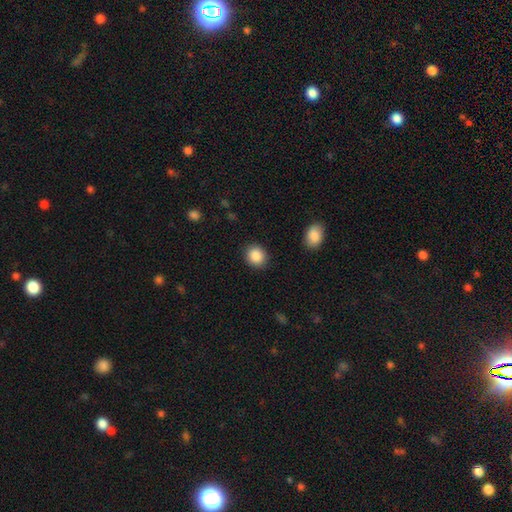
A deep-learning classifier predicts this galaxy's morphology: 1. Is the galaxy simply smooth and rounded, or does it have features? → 88% smooth, 8% star or artifact, 4% featured or disk.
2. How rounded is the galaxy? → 75% round, 24% in between, 1% cigar-shaped.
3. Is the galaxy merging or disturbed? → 88% none, 8% minor disturbance, 3% major disturbance, 1% merger.